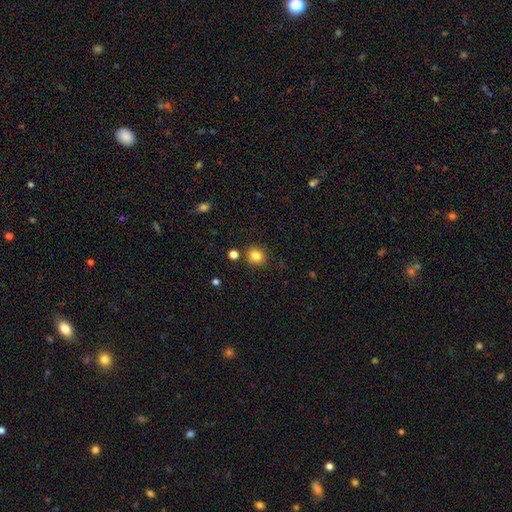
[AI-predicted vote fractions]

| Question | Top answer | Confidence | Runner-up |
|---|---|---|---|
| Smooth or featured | smooth | 83% | star or artifact (12%) |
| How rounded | round | 86% | in between (13%) |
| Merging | none | 86% | minor disturbance (8%) |